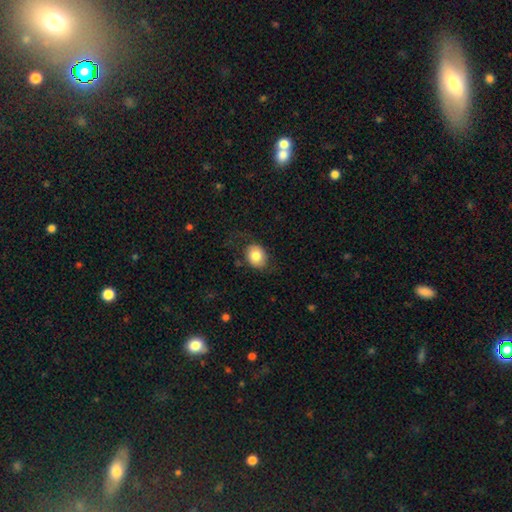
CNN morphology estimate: Smooth or featured?
  - smooth: 79% *
  - featured or disk: 13%
  - star or artifact: 8%
How rounded?
  - in between: 51% *
  - round: 48%
  - cigar-shaped: 1%
Merging?
  - none: 70% *
  - minor disturbance: 19%
  - major disturbance: 10%
  - merger: 1%